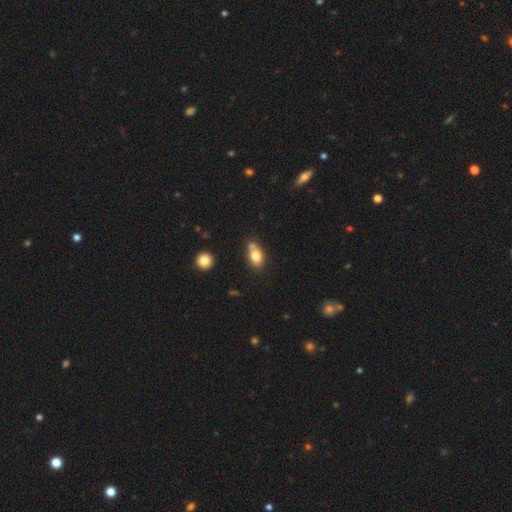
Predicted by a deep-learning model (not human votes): Overall: smooth (78%). How rounded: in between (77%). Merging: none (53%; merger 25%).